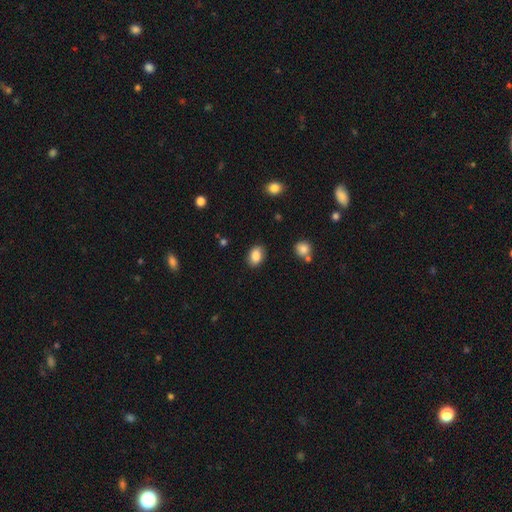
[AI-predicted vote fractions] This appears to be a smooth galaxy with no disk features (85%) that is in between round and cigar-shaped (79%). Merging: none (85%).